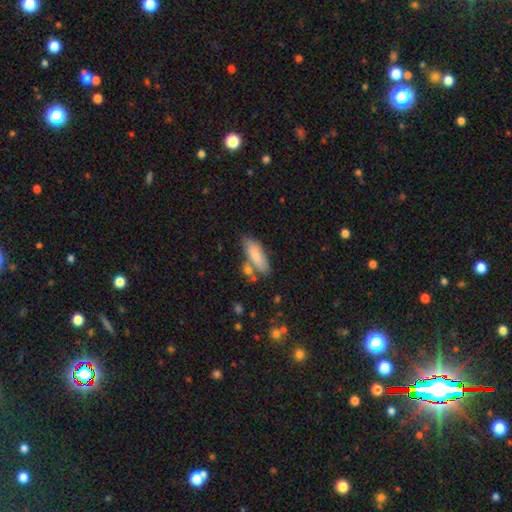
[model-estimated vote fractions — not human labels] smooth_or_featured: smooth (p=0.83) [alt: featured or disk p=0.11]
how_rounded: in between (p=0.62) [alt: cigar-shaped p=0.36]
merging: none (p=0.66) [alt: minor disturbance p=0.17]